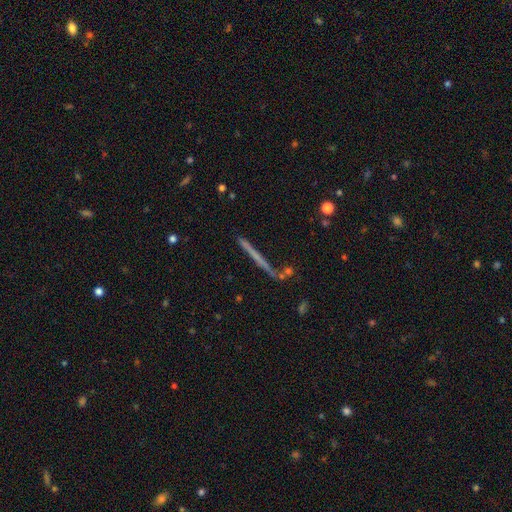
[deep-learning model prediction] A featured or disk galaxy (54%) viewed edge-on (95%) with no central bulge (85%).

Vote fractions:
- Smooth or featured? featured or disk: 54% / smooth: 36% / star or artifact: 10%
- Edge-on disk? yes: 95% / no: 5%
- Edge-on bulge? none: 85% / rounded: 10% / boxy: 5%
- Merging? none: 78% / minor disturbance: 12% / merger: 6% / major disturbance: 4%